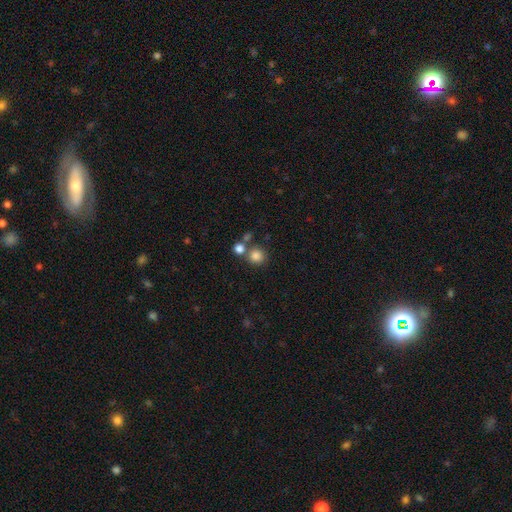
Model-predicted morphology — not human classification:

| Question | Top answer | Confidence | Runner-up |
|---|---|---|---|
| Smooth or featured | smooth | 82% | star or artifact (12%) |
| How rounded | round | 91% | in between (8%) |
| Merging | none | 66% | merger (23%) |